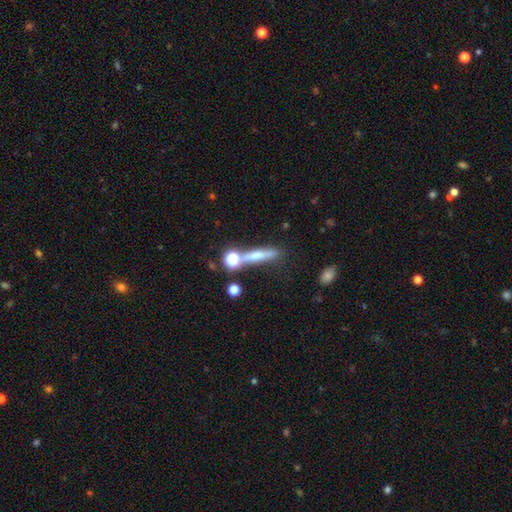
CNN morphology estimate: Smooth or featured? Predicted: smooth (p=0.49). Merging? Predicted: none (p=0.64).